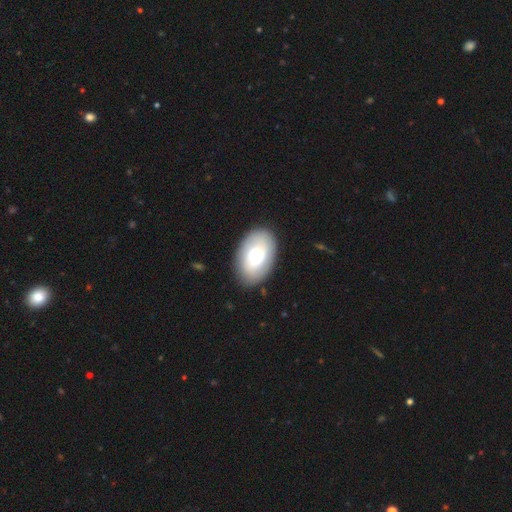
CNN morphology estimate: Smooth or featured? Predicted: smooth (p=0.69). How rounded? Predicted: in between (p=0.92). Merging? Predicted: none (p=0.85).